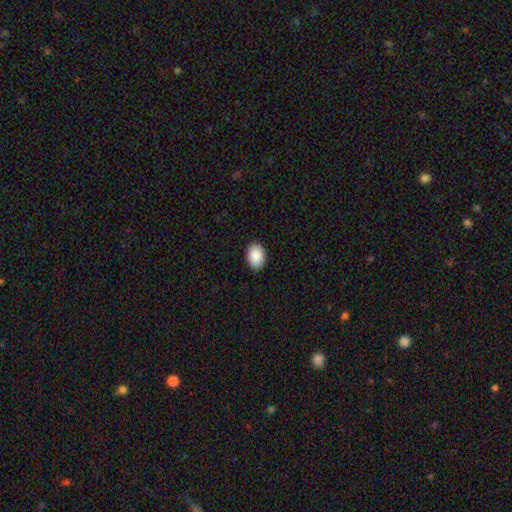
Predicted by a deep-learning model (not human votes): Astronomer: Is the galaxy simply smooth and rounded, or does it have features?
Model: smooth — 91%.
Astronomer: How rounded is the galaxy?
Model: in between — 83%.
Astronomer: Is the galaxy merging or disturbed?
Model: none — 90%.